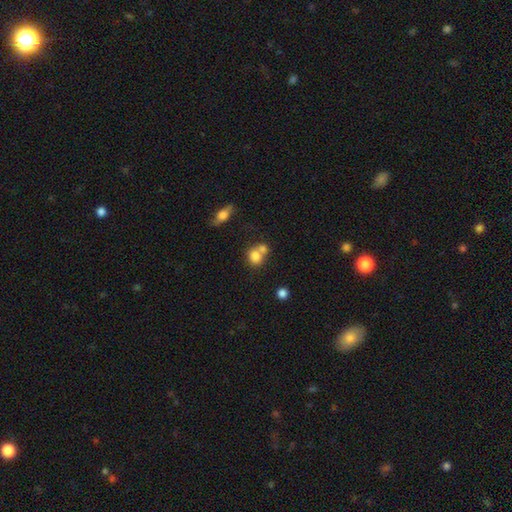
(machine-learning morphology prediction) A smooth galaxy with no disk features (78%) that is round (65%). Merging: merger (48%).